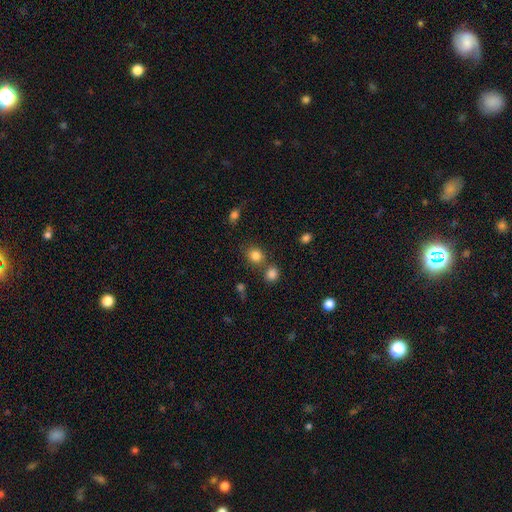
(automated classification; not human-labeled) Smooth or featured? smooth (82%)
How rounded? round (79%)
Merging? none (69%)